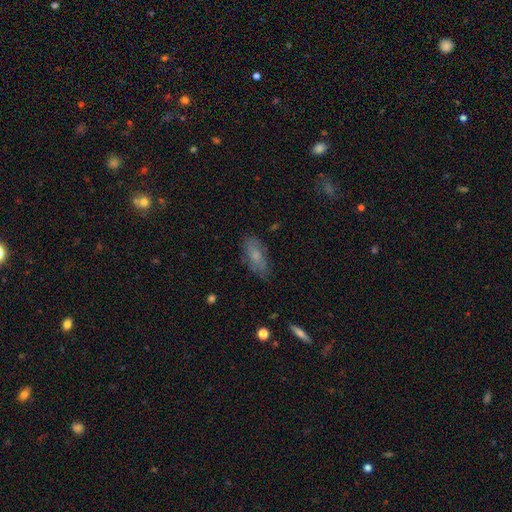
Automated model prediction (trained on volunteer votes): Smooth or featured? Predicted: smooth (p=0.68). How rounded? Predicted: in between (p=0.81). Merging? Predicted: none (p=0.77).